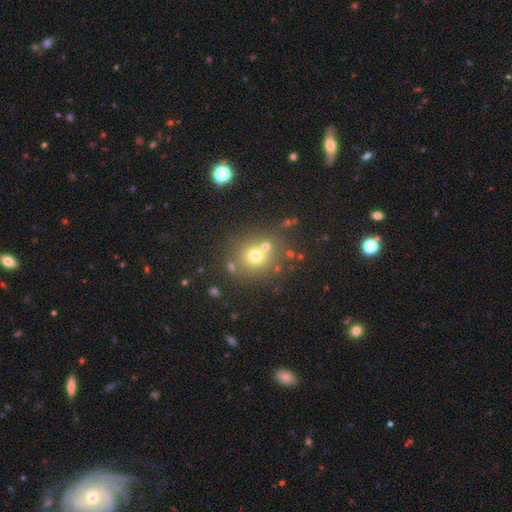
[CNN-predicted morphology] Q: Smooth or featured?
A: smooth (66%); runner-up: star or artifact (18%)
Q: How rounded?
A: round (85%); runner-up: in between (14%)
Q: Merging?
A: none (62%); runner-up: merger (24%)